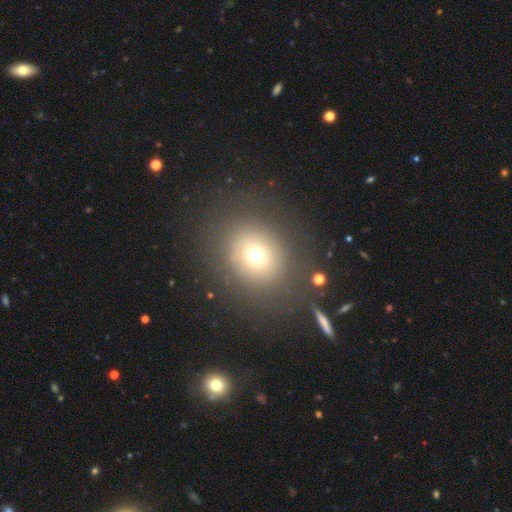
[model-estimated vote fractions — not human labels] smooth-or-featured: smooth: 68% | star or artifact: 19% | featured or disk: 13%
  how-rounded: round: 75% | in between: 24% | cigar-shaped: 1%
  merging: none: 81% | minor disturbance: 9% | major disturbance: 8% | merger: 3%